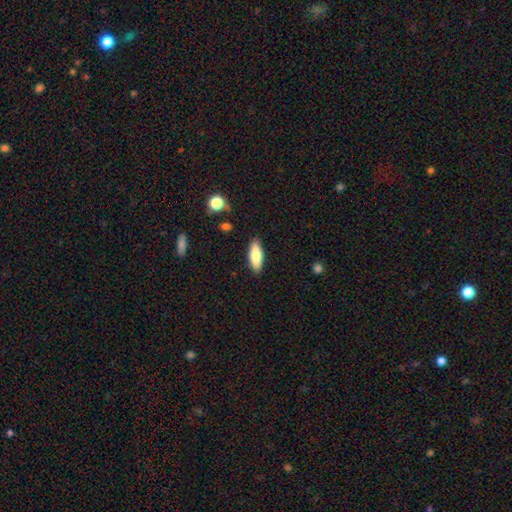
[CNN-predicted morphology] Overall: smooth (78%). How rounded: in between (67%; cigar-shaped 31%). Merging: none (88%).